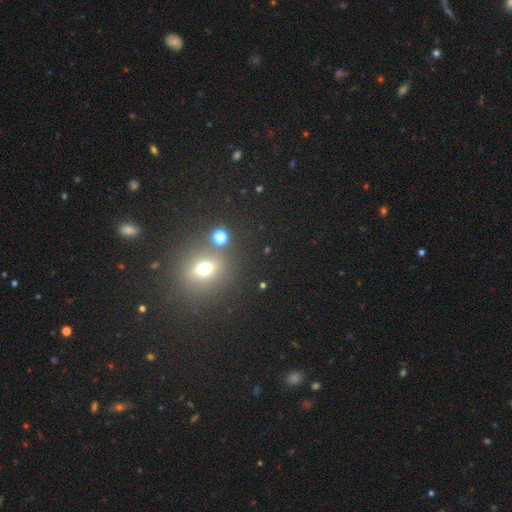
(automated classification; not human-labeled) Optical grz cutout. It shows a smooth galaxy with no disk features (49%). Merging: none (80%).